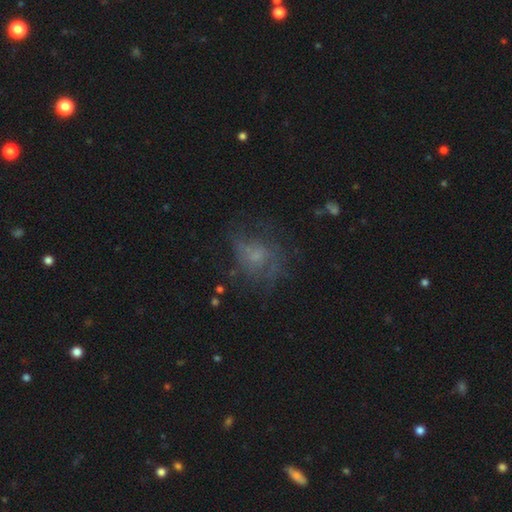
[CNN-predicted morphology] Smooth or featured?
  - featured or disk: 44% *
  - smooth: 36%
  - star or artifact: 20%
Merging?
  - none: 54% *
  - major disturbance: 23%
  - minor disturbance: 21%
  - merger: 2%